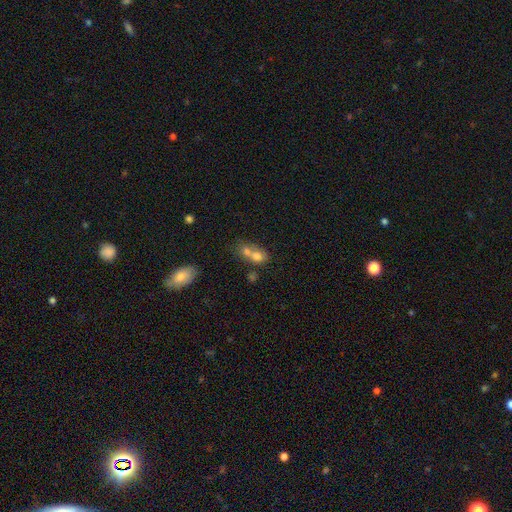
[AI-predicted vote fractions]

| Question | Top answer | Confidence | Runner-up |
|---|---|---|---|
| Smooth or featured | smooth | 69% | featured or disk (19%) |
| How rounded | in between | 54% | round (43%) |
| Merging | merger | 64% | none (24%) |